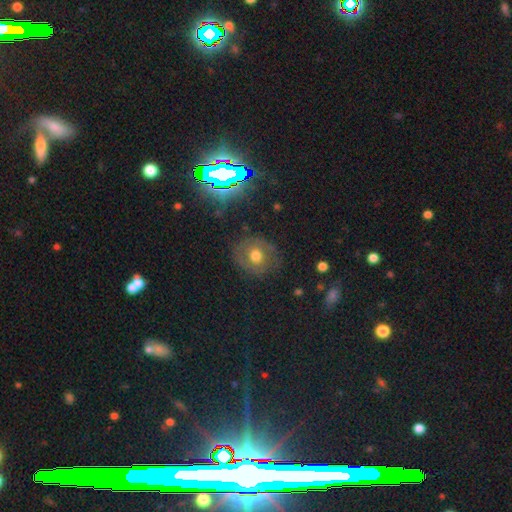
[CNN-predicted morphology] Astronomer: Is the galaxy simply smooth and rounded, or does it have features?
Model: smooth — 52% (runner-up: featured or disk, 32%).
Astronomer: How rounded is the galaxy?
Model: round — 78%.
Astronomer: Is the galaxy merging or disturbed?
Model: none — 77%.